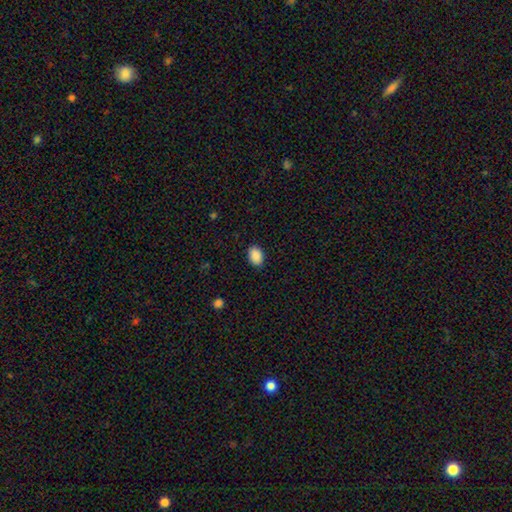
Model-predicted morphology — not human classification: A smooth galaxy with no disk features (90%) that is in between round and cigar-shaped (81%). Merging: none (88%).